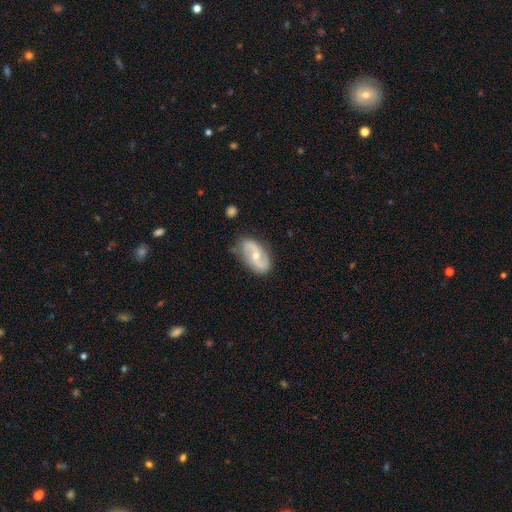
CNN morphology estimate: smooth-or-featured: featured or disk: 77% | smooth: 18% | star or artifact: 5%
  disk-edge-on: no: 96% | yes: 4%
    bar: no: 50% | weak: 37% | strong: 13%
    has-spiral-arms: yes: 92% | no: 8%
      spiral-winding: loose: 43% | medium: 40% | tight: 17%
      spiral-arm-count: 2: 90% | can't tell: 5% | 1: 2% | 3: 1% | 4: 1% | more than 4: 1%
    bulge-size: moderate: 51% | small: 45% | large: 2% | none: 1% | dominant: 1%
  merging: none: 77% | minor disturbance: 17% | major disturbance: 4% | merger: 2%